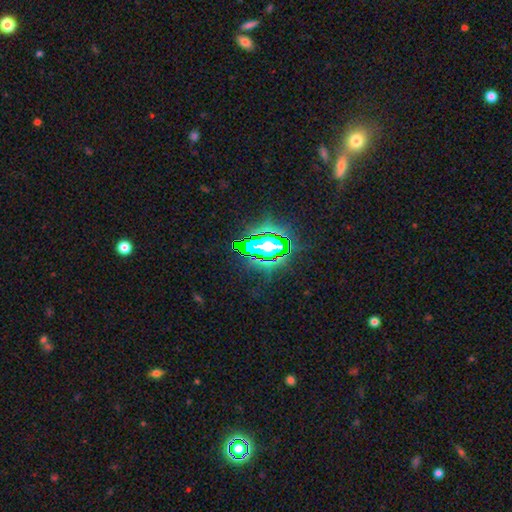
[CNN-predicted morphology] Smooth or featured? Predicted: star or artifact (p=0.80).